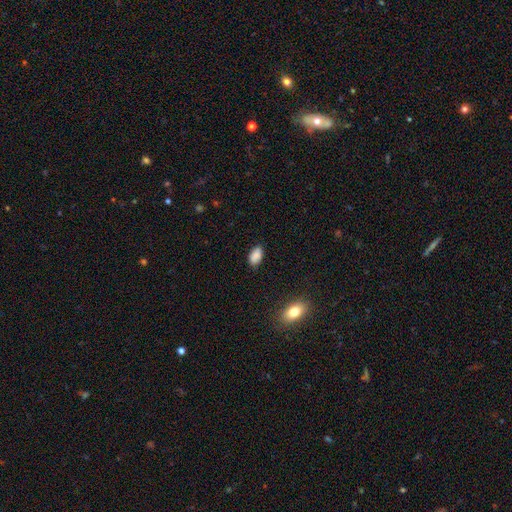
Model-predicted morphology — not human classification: type=smooth (86%); roundness=in between (93%); merging=none (82%).